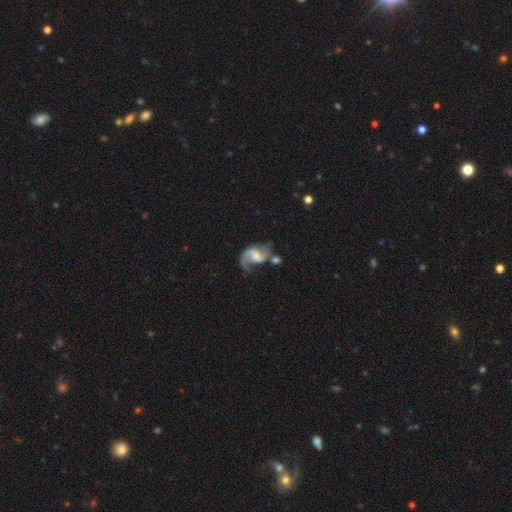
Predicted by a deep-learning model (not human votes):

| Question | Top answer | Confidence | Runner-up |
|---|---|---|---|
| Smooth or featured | featured or disk | 81% | smooth (13%) |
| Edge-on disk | no | 98% | yes (2%) |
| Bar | weak | 51% | no (35%) |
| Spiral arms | yes | 94% | no (6%) |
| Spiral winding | loose | 53% | medium (39%) |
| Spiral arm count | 2 | 78% | 1 (15%) |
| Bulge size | moderate | 34% | small (33%) |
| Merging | none | 41% | major disturbance (21%) |